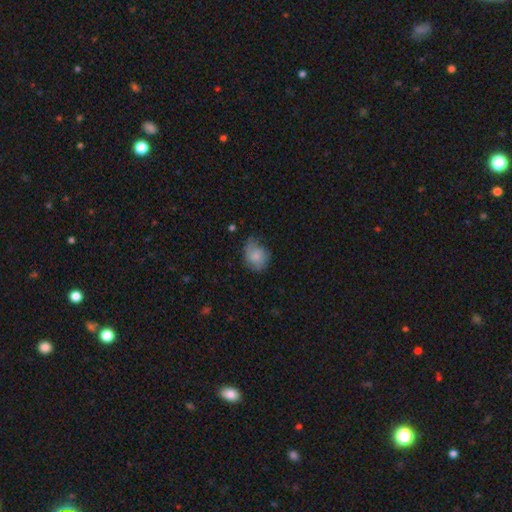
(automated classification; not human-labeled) smooth 75%, featured or disk 17%, star or artifact 8%. Down the decision tree: how rounded — in between (54%); merging — none (47%).